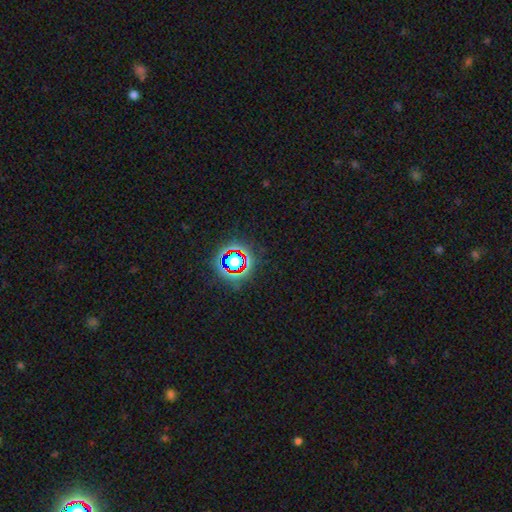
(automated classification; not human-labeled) A star or artifact, not a galaxy (77%).